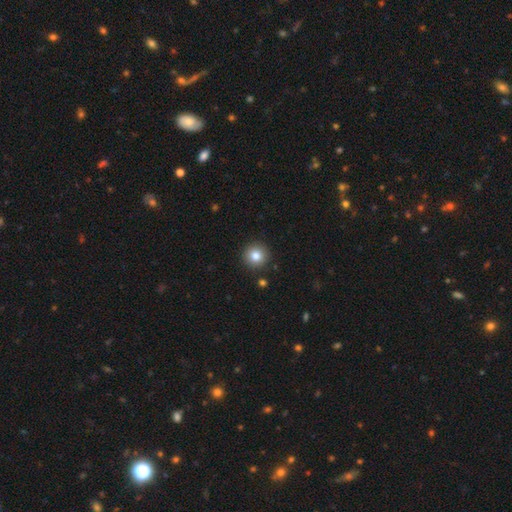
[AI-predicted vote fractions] This is clearly a smooth galaxy (83%). How rounded: clearly round (95%). Merging: clearly none (91%).